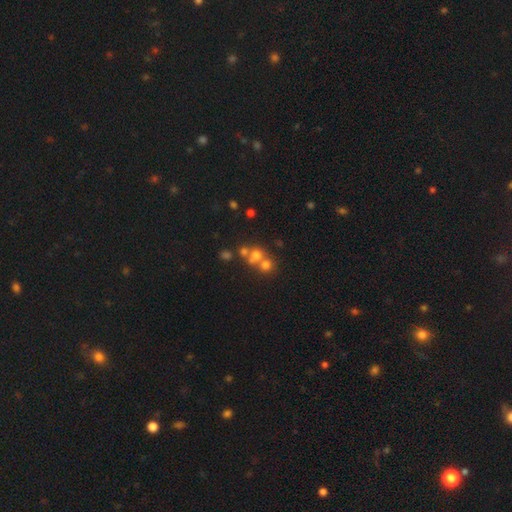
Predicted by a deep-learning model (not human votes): A smooth galaxy with no disk features (54%) that is round (80%).

Vote fractions:
- Smooth or featured? smooth: 54% / star or artifact: 26% / featured or disk: 21%
- How rounded? round: 80% / in between: 19% / cigar-shaped: 1%
- Merging? merger: 50% / none: 39% / minor disturbance: 7% / major disturbance: 4%